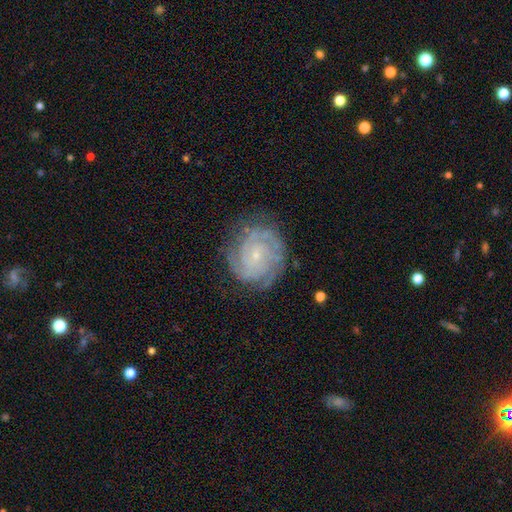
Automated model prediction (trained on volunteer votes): Smooth or featured? Predicted: featured or disk (p=0.86). Edge-on disk? Predicted: no (p=0.98). Bar? Predicted: no (p=0.68). Spiral arms? Predicted: yes (p=0.98). Spiral winding? Predicted: tight (p=0.78). Spiral arm count? Predicted: 3 (p=0.25). Bulge size? Predicted: small (p=0.81). Merging? Predicted: none (p=0.79).